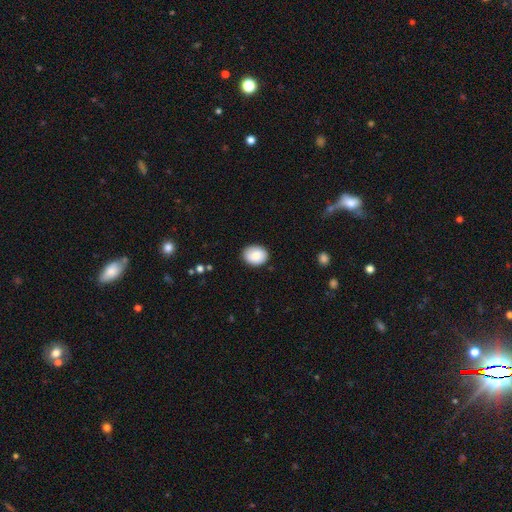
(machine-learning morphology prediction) smooth-or-featured: smooth: 85% | featured or disk: 8% | star or artifact: 7%
  how-rounded: in between: 52% | round: 47% | cigar-shaped: 1%
  merging: none: 87% | minor disturbance: 10% | major disturbance: 2% | merger: 1%